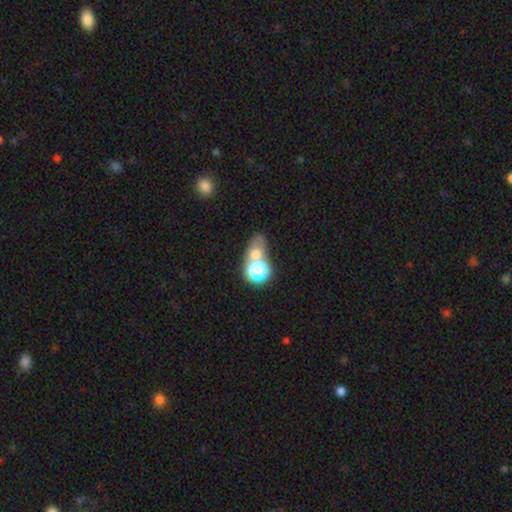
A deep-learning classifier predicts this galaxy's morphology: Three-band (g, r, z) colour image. It shows a smooth galaxy with no disk features (53%) that is in between round and cigar-shaped (51%). Merging: none (42%).